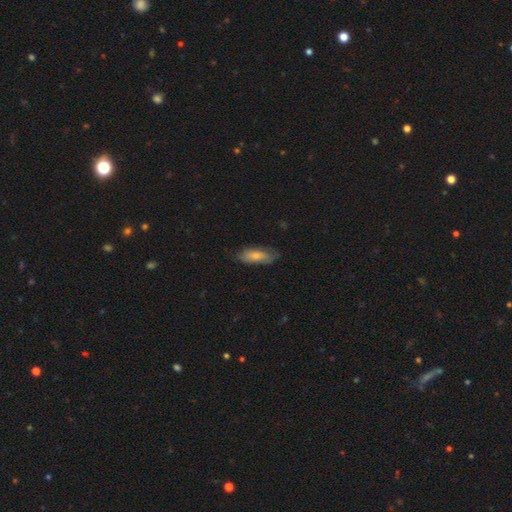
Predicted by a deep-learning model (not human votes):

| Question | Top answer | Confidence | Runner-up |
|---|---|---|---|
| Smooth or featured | smooth | 72% | featured or disk (22%) |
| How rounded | in between | 72% | cigar-shaped (25%) |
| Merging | none | 67% | minor disturbance (25%) |